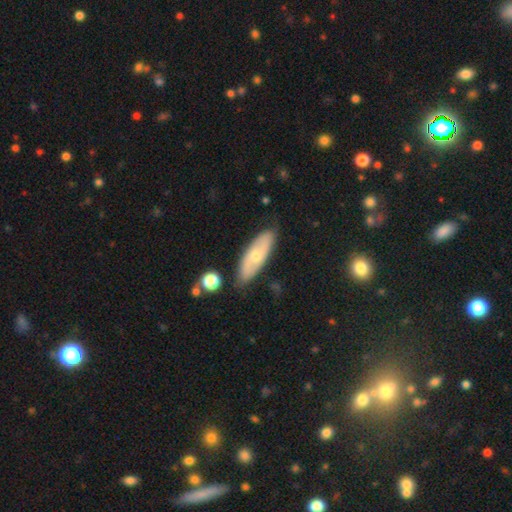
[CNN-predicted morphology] The model was most divided on "smooth or featured": smooth: 50%, featured or disk: 44%, star or artifact: 6%. More confident: merging — none (83%).